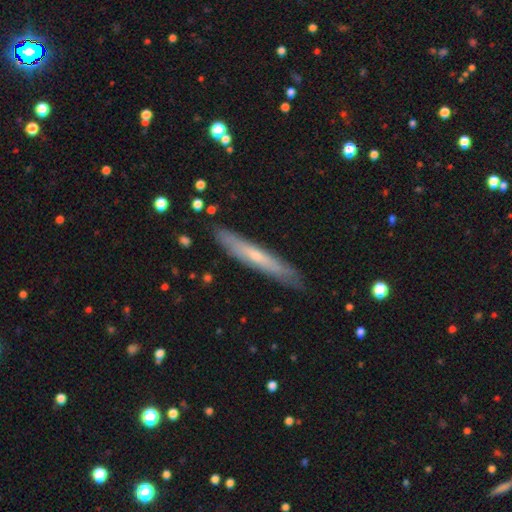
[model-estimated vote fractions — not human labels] A featured or disk galaxy (51%) viewed edge-on (85%). Merging: none (86%).